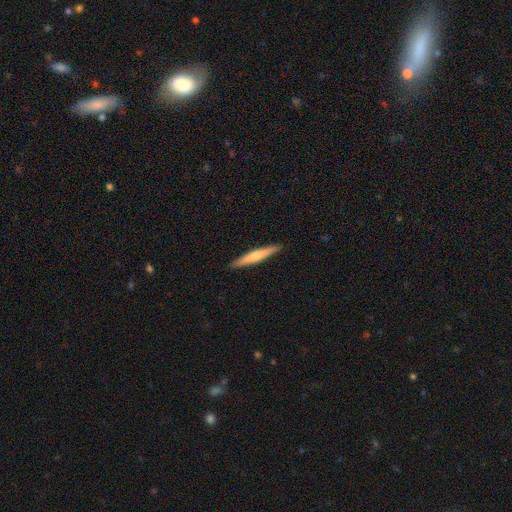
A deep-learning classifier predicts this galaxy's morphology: This appears to be a smooth galaxy with no disk features (57%) that is cigar-shaped (94%). Merging: none (91%).